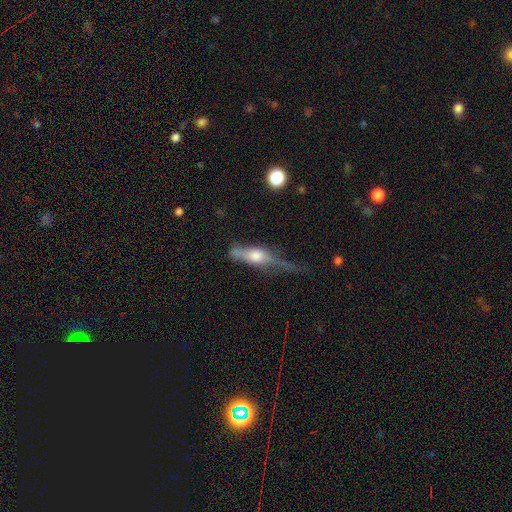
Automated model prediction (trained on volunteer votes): The model was most divided on "merging" (3-way tie): none: 32%, minor disturbance: 32%, major disturbance: 32%, merger: 5%. More confident: edge-on disk — yes (81%); smooth or featured — featured or disk (51%).